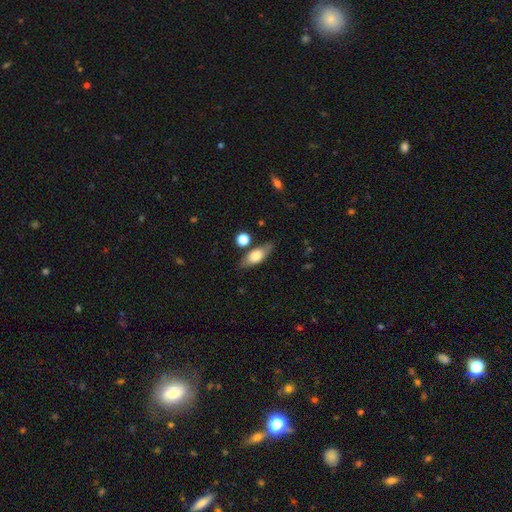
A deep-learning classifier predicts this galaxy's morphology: A smooth galaxy with no disk features (63%) that is in between round and cigar-shaped (73%).

Vote fractions:
- Smooth or featured? smooth: 63% / featured or disk: 30% / star or artifact: 7%
- How rounded? in between: 73% / cigar-shaped: 21% / round: 6%
- Merging? none: 74% / minor disturbance: 16% / merger: 6% / major disturbance: 4%